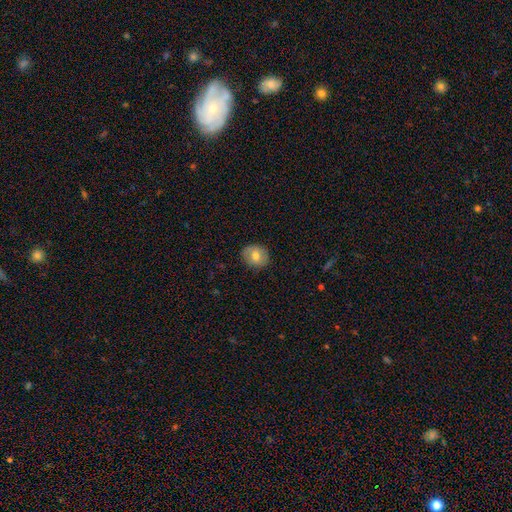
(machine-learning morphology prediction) A smooth galaxy with no disk features (72%) that is round (69%). Merging: none (86%).